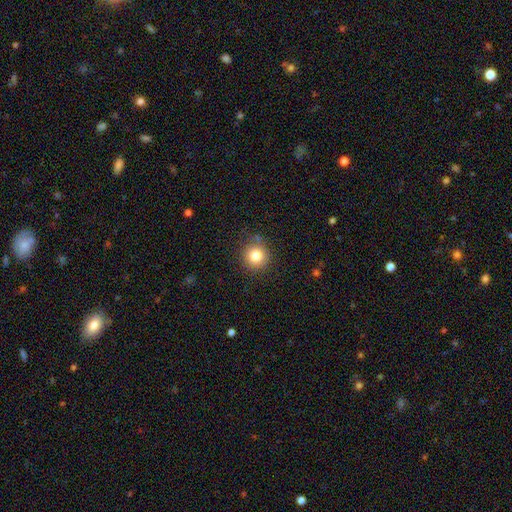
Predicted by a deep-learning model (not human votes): smooth 81%, star or artifact 12%, featured or disk 7%. Down the decision tree: how rounded — round (93%); merging — none (84%).